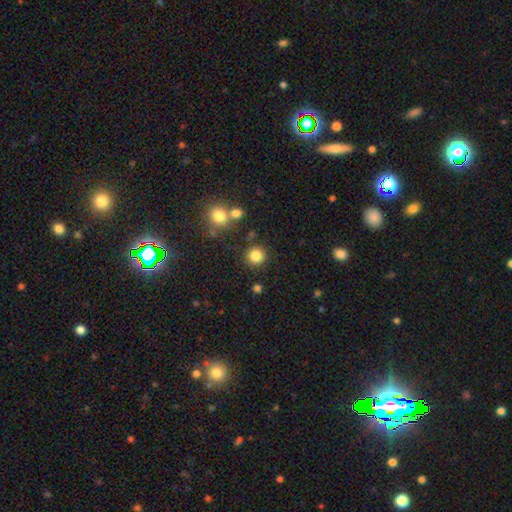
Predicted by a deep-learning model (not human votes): smooth-or-featured: smooth: 84% | star or artifact: 12% | featured or disk: 4%
  how-rounded: round: 93% | in between: 6% | cigar-shaped: 1%
  merging: none: 85% | minor disturbance: 7% | merger: 5% | major disturbance: 3%